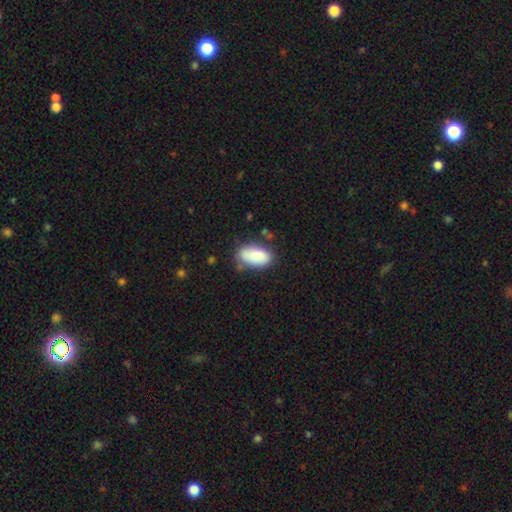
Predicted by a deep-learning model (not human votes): smooth 85%, featured or disk 8%, star or artifact 7%. Down the decision tree: how rounded — in between (93%); merging — none (69%).